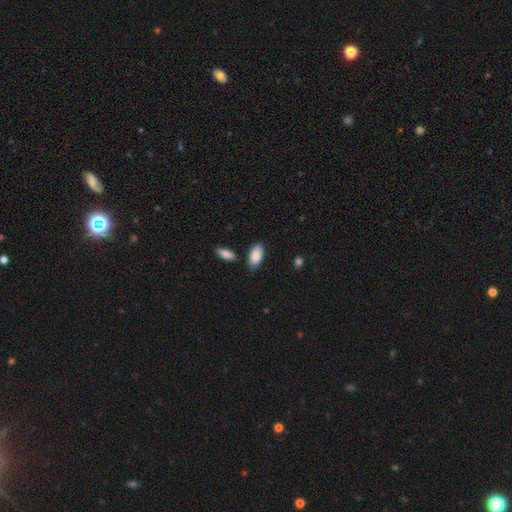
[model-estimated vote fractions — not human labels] Morphology: type=smooth (87%); roundness=in between (93%); merging=none (79%).